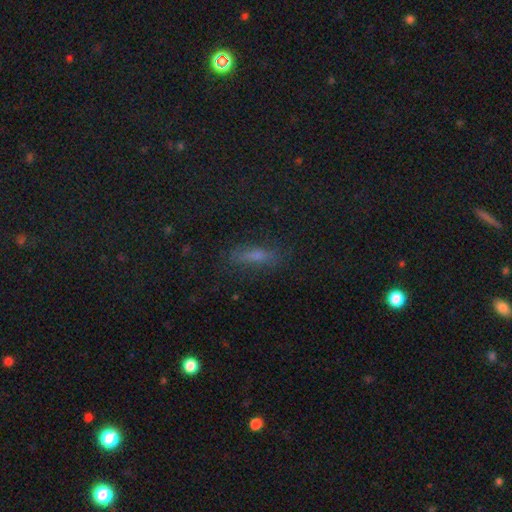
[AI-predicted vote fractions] Morphology: type=smooth (57%); roundness=cigar-shaped (55%); merging=none (77%).